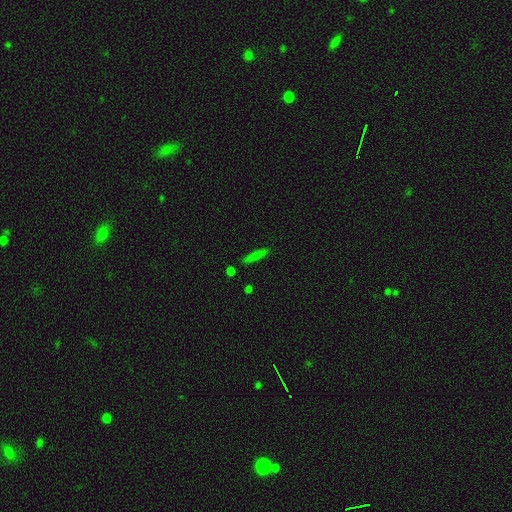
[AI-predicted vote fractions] A smooth galaxy with no disk features (74%) that is cigar-shaped (88%). Merging: none (84%).